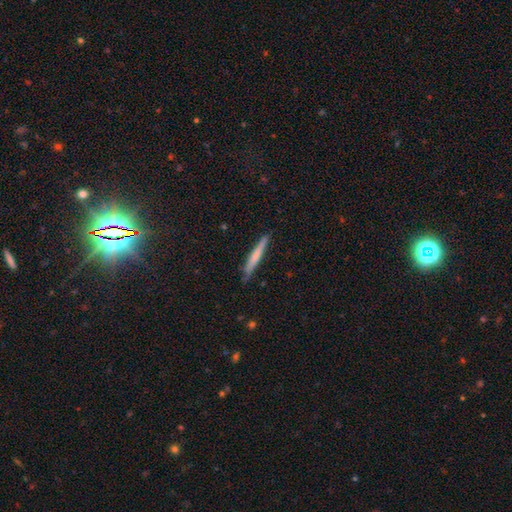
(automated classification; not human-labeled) Smooth or featured?
  - smooth: 59% *
  - featured or disk: 35%
  - star or artifact: 6%
How rounded?
  - cigar-shaped: 96% *
  - in between: 3%
  - round: 1%
Merging?
  - none: 85% *
  - minor disturbance: 12%
  - major disturbance: 2%
  - merger: 1%